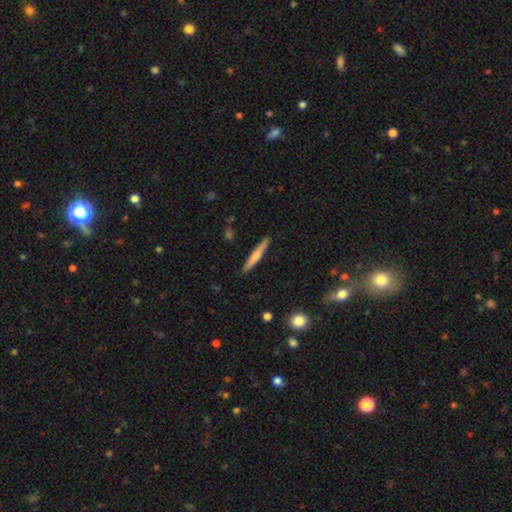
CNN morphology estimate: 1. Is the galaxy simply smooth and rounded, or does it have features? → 60% smooth, 35% featured or disk, 6% star or artifact.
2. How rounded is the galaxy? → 95% cigar-shaped, 4% in between, 1% round.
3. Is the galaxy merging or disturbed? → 90% none, 7% minor disturbance, 1% major disturbance, 1% merger.